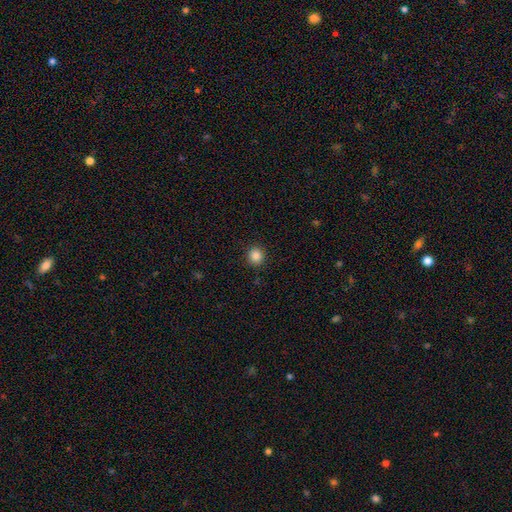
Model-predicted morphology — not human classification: smooth-or-featured: smooth: 86% | star or artifact: 11% | featured or disk: 4%
  how-rounded: round: 92% | in between: 7% | cigar-shaped: 1%
  merging: none: 92% | minor disturbance: 5% | major disturbance: 2% | merger: 1%